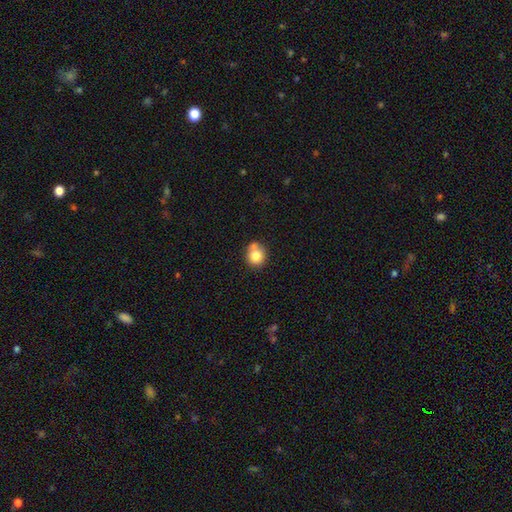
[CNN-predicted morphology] This appears to be a smooth galaxy with no disk features (79%) that is round (82%). Merging: none (58%).